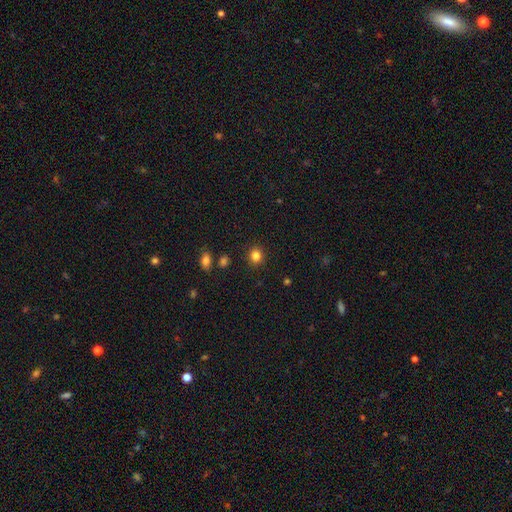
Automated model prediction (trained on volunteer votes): A smooth galaxy with no disk features (83%) that is round (82%). Merging: none (89%).